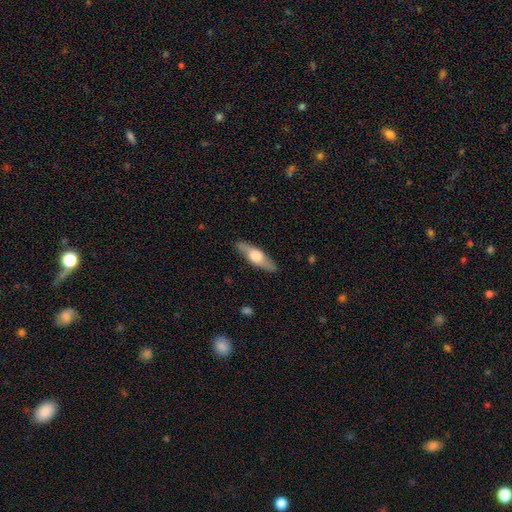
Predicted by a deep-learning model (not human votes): A featured or disk galaxy (53%) viewed edge-on (82%). Merging: none (86%).